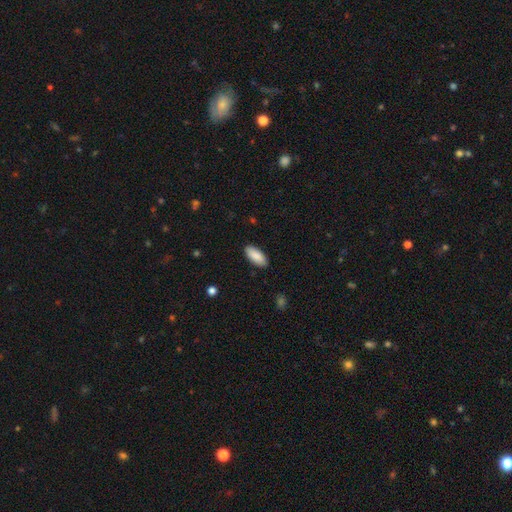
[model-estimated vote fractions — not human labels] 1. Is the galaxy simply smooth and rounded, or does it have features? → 90% smooth, 6% star or artifact, 5% featured or disk.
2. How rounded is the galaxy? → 88% in between, 11% cigar-shaped, 2% round.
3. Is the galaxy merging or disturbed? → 89% none, 8% minor disturbance, 2% major disturbance, 1% merger.